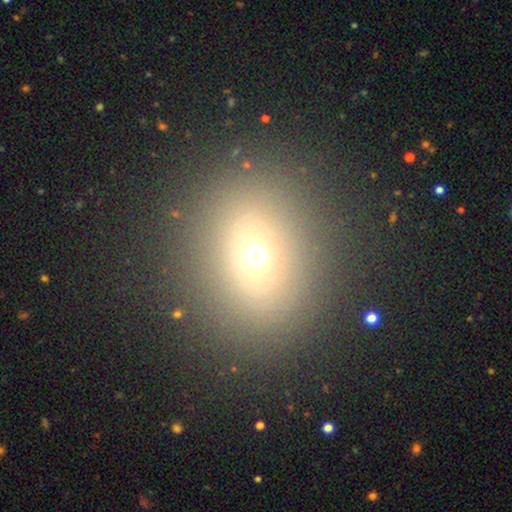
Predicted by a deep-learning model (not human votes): Smooth or featured? Predicted: smooth (p=0.65). How rounded? Predicted: round (p=0.72). Merging? Predicted: none (p=0.86).